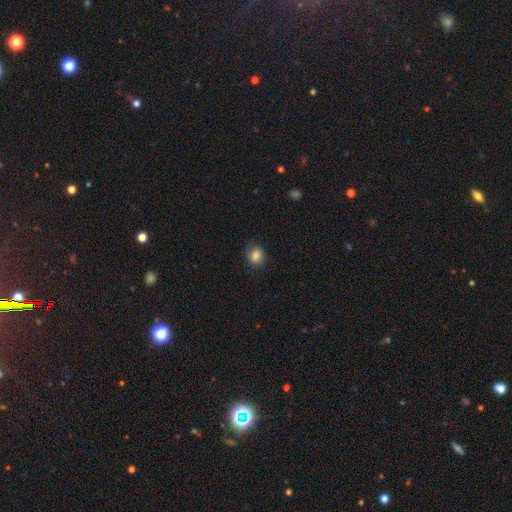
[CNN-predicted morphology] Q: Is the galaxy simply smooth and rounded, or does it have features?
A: smooth — 84%.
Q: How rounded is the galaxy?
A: round — 68%.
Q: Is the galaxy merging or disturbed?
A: none — 86%.